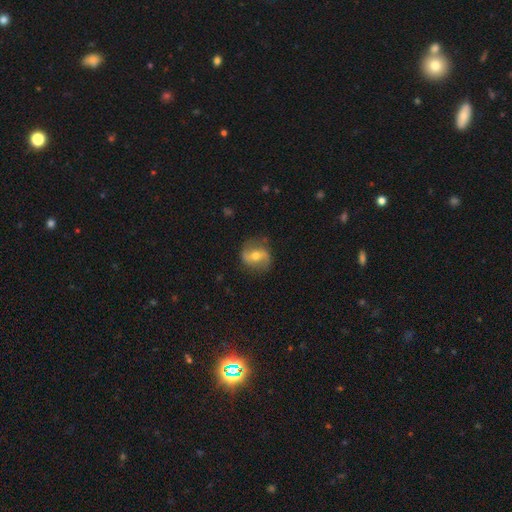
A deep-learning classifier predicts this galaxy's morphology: This is likely a featured or disk galaxy (70%). It is clearly not viewed edge-on (95%). Bar: marginally weak (39%). Spiral arm pattern: clearly yes (84%). Spiral arm count: clearly 2 (90%). Spiral winding: possibly loose (53%). Central bulge: likely moderate (69%). Merging: clearly none (80%).